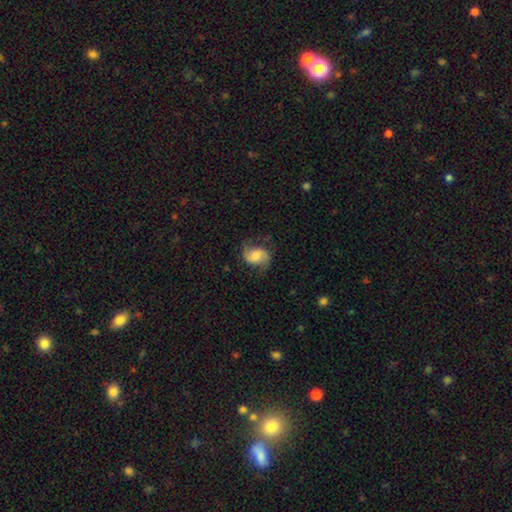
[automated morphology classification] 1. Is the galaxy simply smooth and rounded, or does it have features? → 71% featured or disk, 21% smooth, 8% star or artifact.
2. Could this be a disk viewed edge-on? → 98% no, 2% yes.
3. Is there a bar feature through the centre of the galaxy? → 50% no, 40% weak, 10% strong.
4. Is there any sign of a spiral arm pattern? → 95% yes, 5% no.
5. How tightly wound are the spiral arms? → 44% medium, 42% loose, 14% tight.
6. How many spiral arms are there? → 90% 2, 4% can't tell, 3% 1, 1% 3, 1% 4, 1% more than 4.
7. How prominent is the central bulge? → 41% moderate, 28% small, 15% large, 14% none, 2% dominant.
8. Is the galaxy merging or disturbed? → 71% none, 19% minor disturbance, 9% major disturbance, 1% merger.